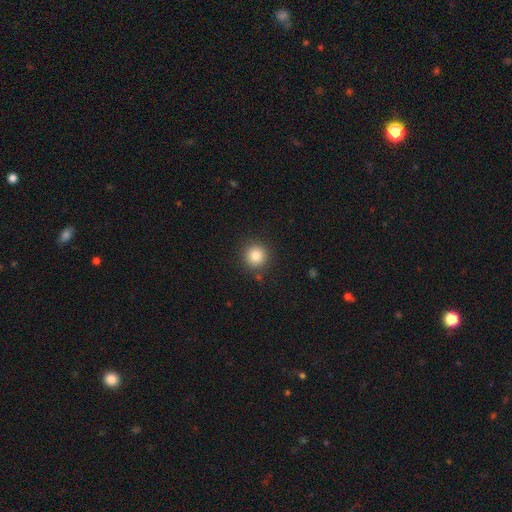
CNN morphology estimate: Smooth or featured: smooth — 84% (star or artifact — 11%)
How rounded: round — 94% (in between — 5%)
Merging: none — 89% (minor disturbance — 7%)